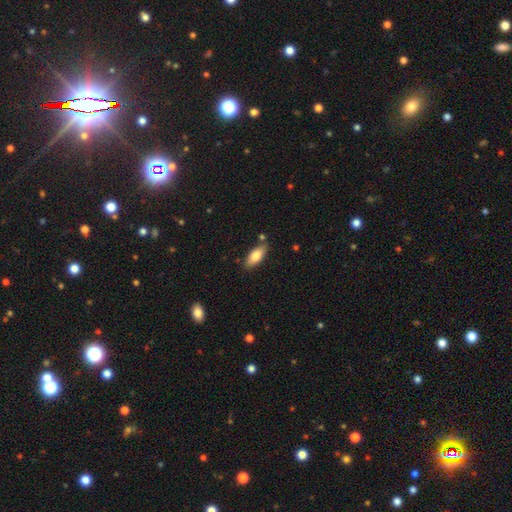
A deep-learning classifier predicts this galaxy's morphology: A smooth galaxy with no disk features (77%) that is in between round and cigar-shaped (79%). Merging: none (81%).